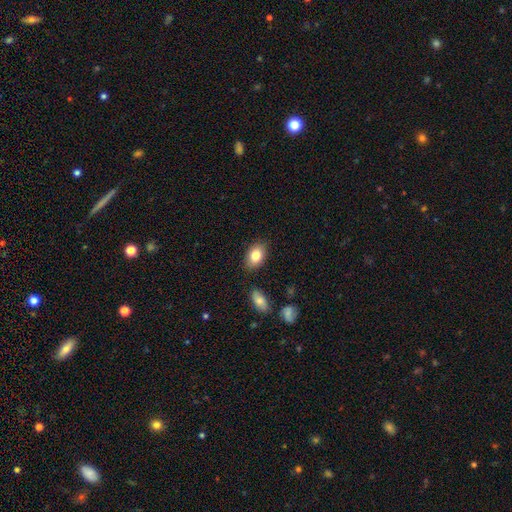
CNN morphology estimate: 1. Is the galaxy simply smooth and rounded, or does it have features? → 81% smooth, 11% featured or disk, 8% star or artifact.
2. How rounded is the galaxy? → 86% in between, 12% round, 1% cigar-shaped.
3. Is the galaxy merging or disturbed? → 84% none, 11% minor disturbance, 3% merger, 2% major disturbance.